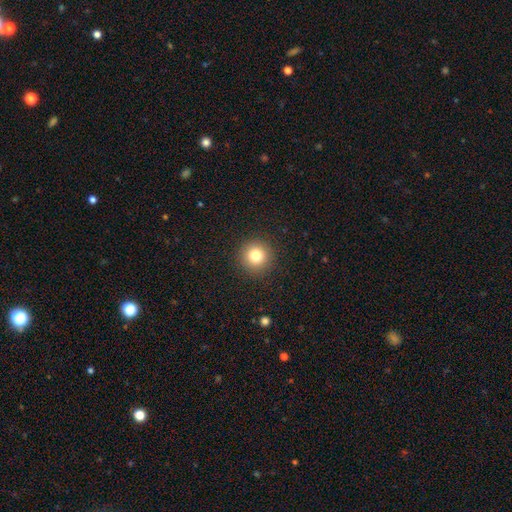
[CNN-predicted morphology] A smooth galaxy with no disk features (80%) that is round (95%). Merging: none (92%).